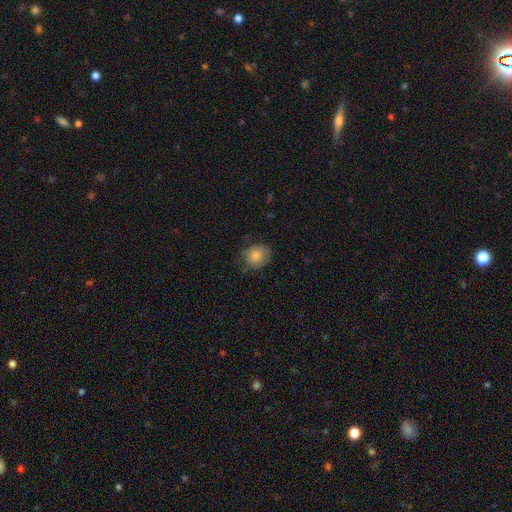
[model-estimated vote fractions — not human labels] Q: Smooth or featured?
A: smooth (83%); runner-up: star or artifact (9%)
Q: How rounded?
A: round (78%); runner-up: in between (21%)
Q: Merging?
A: none (75%); runner-up: minor disturbance (19%)